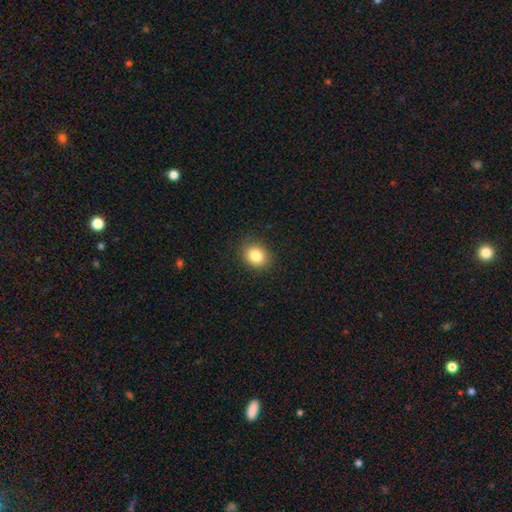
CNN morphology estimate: This is clearly a smooth galaxy (83%). How rounded: likely round (66%). Merging: clearly none (88%).